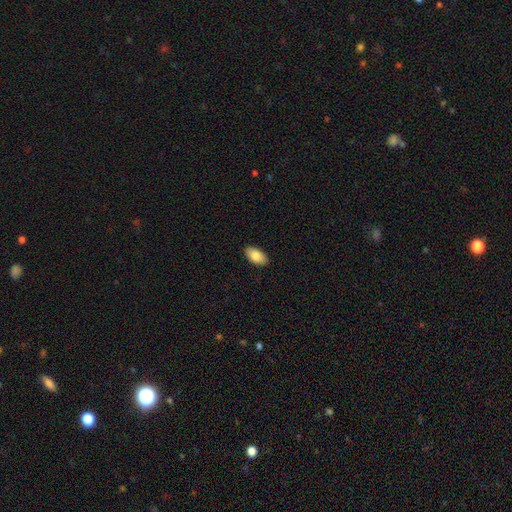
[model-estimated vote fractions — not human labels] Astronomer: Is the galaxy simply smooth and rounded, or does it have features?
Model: smooth — 84%.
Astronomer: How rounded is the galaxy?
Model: in between — 95%.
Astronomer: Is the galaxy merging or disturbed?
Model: none — 90%.